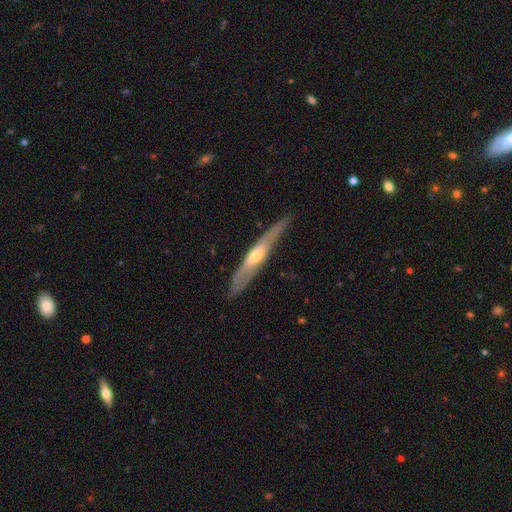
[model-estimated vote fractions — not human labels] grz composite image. It shows a featured or disk galaxy (69%) viewed edge-on (84%) with a rounded central bulge (77%). Merging: none (82%).